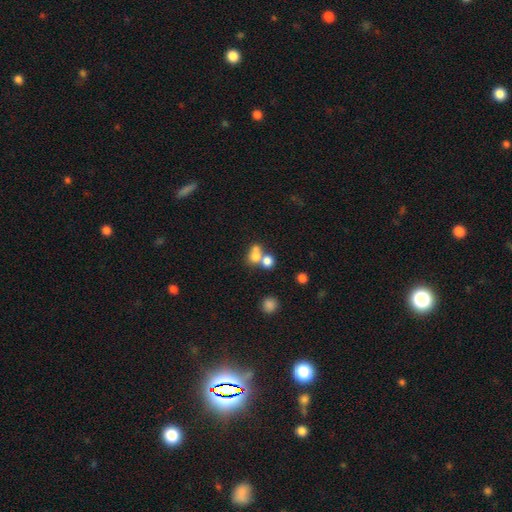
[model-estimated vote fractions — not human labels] The model was most divided on "merging": merger: 57%, none: 31%, minor disturbance: 7%, major disturbance: 5%. More confident: smooth or featured — smooth (72%); how rounded — round (65%).